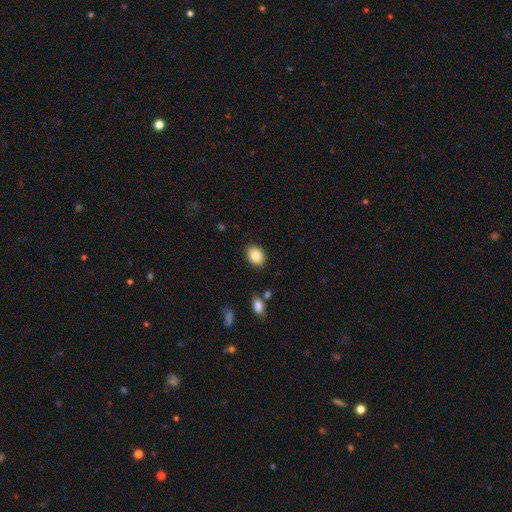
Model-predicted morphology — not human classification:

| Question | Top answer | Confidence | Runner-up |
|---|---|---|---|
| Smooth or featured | smooth | 84% | featured or disk (8%) |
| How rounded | in between | 69% | round (30%) |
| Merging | none | 88% | minor disturbance (8%) |